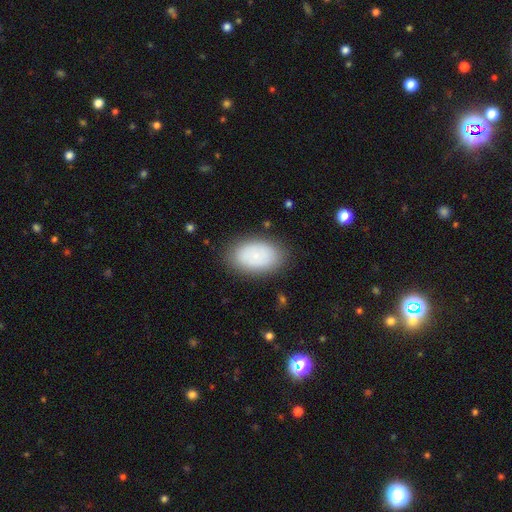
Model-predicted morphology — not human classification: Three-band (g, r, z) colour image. It shows a smooth galaxy with no disk features (81%) that is in between round and cigar-shaped (91%). Merging: none (84%).